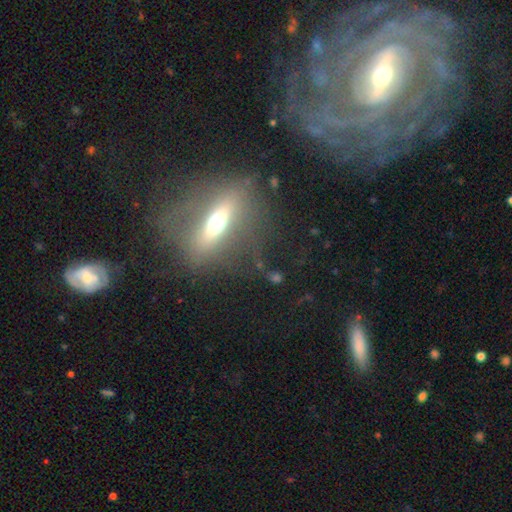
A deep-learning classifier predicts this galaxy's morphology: Smooth or featured?
  - featured or disk: 59% *
  - smooth: 27%
  - star or artifact: 14%
Edge-on disk?
  - yes: 54% *
  - no: 46%
Merging?
  - none: 66% *
  - minor disturbance: 16%
  - major disturbance: 13%
  - merger: 5%